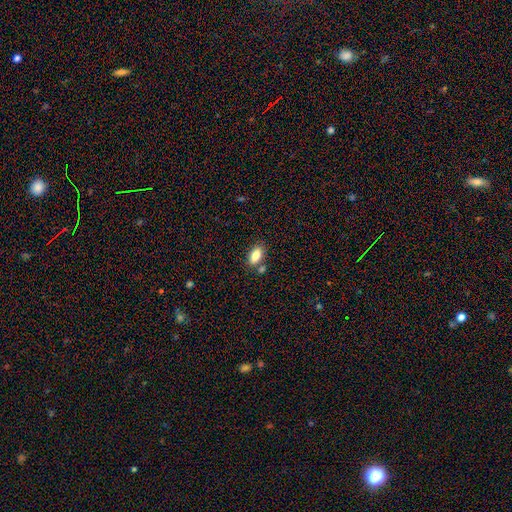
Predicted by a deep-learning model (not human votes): Overall: smooth (82%). How rounded: in between (90%). Merging: none (73%).